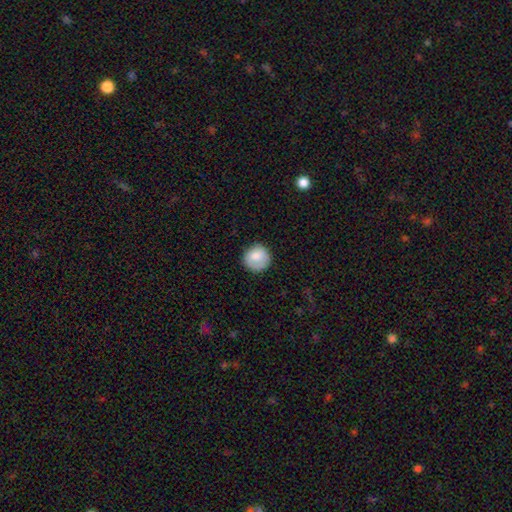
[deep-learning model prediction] Smooth or featured: smooth — 83% (featured or disk — 10%)
How rounded: round — 91% (in between — 8%)
Merging: none — 80% (minor disturbance — 15%)